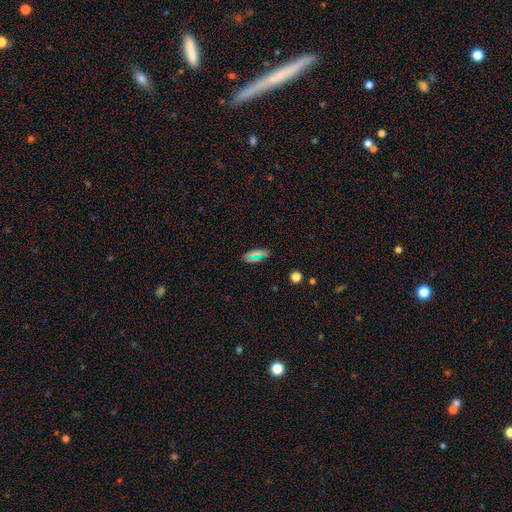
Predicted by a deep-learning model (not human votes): This is likely a smooth galaxy (67%). How rounded: likely in between (66%). Merging: clearly none (83%).